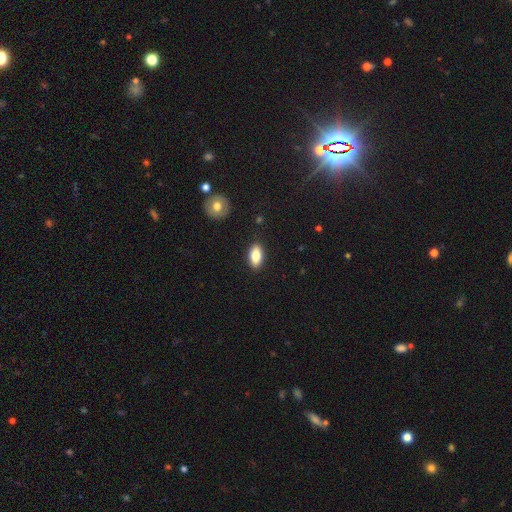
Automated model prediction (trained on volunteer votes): This appears to be a smooth galaxy with no disk features (81%) that is in between round and cigar-shaped (89%). Merging: none (88%).